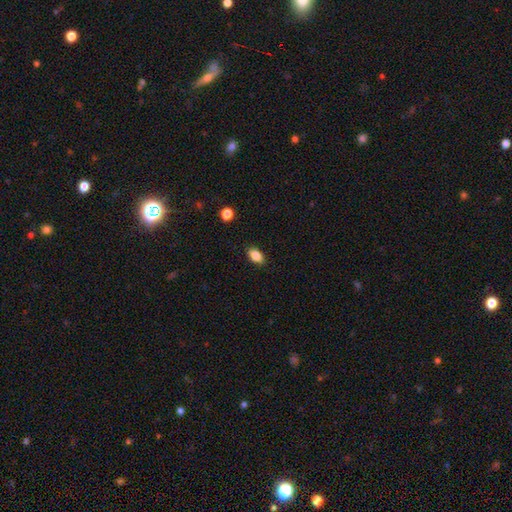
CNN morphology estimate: Smooth or featured: smooth — 86% (star or artifact — 8%)
How rounded: in between — 90% (round — 7%)
Merging: none — 88% (minor disturbance — 9%)